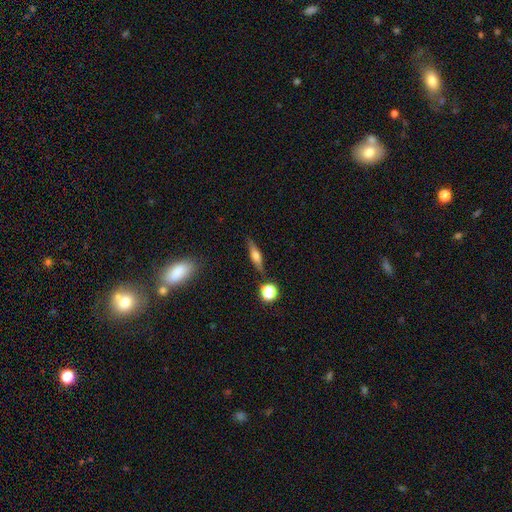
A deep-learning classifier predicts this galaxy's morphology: Overall: smooth (46%; featured or disk 45%). Merging: none (83%).